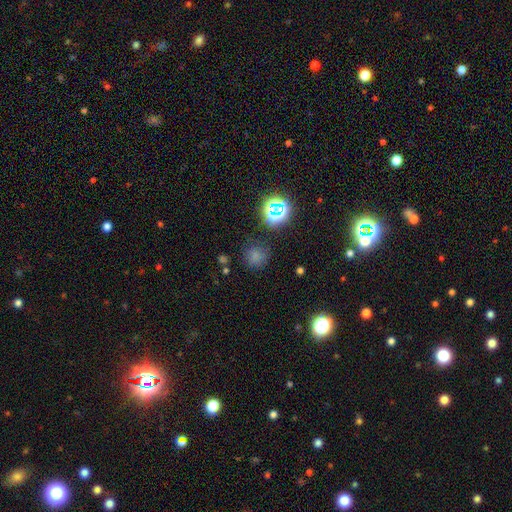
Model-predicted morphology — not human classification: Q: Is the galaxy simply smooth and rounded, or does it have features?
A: smooth — 67%.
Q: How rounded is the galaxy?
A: round — 89%.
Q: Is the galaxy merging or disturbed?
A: none — 78%.